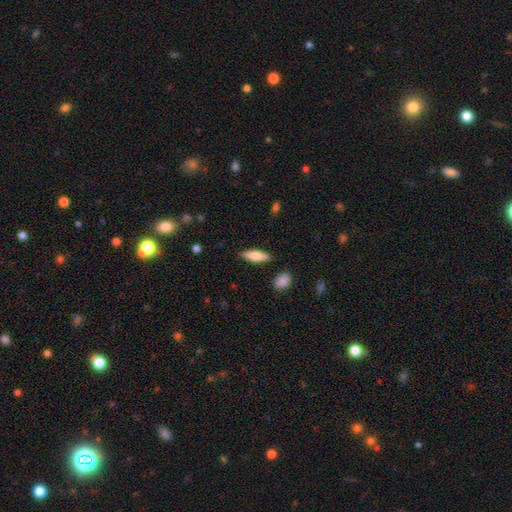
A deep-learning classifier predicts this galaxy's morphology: Smooth or featured?
  - smooth: 71% *
  - featured or disk: 23%
  - star or artifact: 6%
How rounded?
  - cigar-shaped: 58% *
  - in between: 40%
  - round: 2%
Merging?
  - none: 87% *
  - minor disturbance: 9%
  - major disturbance: 2%
  - merger: 2%